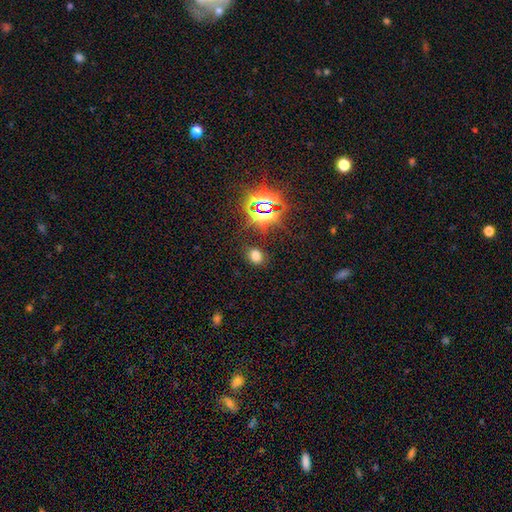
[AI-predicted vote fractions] Overall: smooth (64%; star or artifact 28%). How rounded: in between (55%; round 43%). Merging: none (84%).